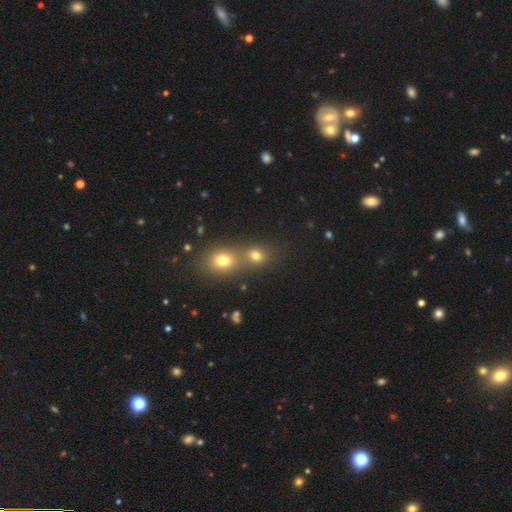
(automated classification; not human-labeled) smooth_or_featured: smooth (p=0.73) [alt: star or artifact p=0.17]
how_rounded: round (p=0.67) [alt: in between p=0.32]
merging: merger (p=0.53) [alt: none p=0.38]